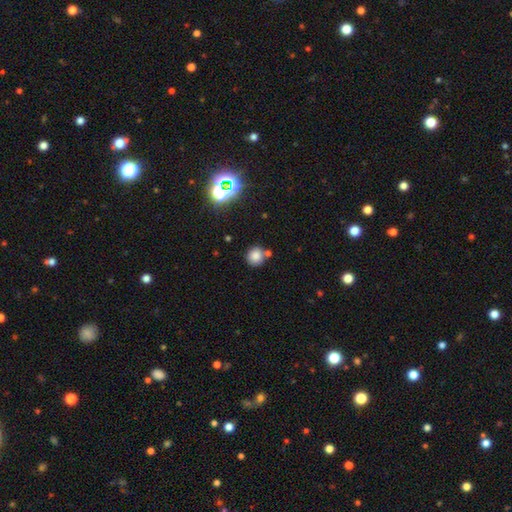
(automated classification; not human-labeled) A smooth galaxy with no disk features (79%) that is round (90%).

Vote fractions:
- Smooth or featured? smooth: 79% / star or artifact: 14% / featured or disk: 6%
- How rounded? round: 90% / in between: 9% / cigar-shaped: 1%
- Merging? none: 71% / merger: 15% / minor disturbance: 11% / major disturbance: 3%